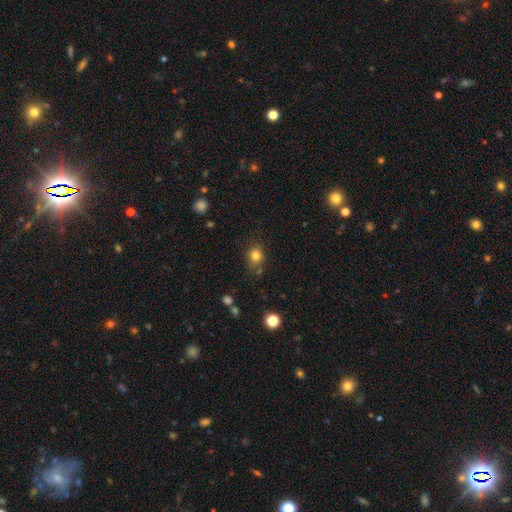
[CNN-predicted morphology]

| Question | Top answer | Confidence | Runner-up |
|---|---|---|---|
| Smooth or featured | smooth | 81% | star or artifact (13%) |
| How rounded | round | 71% | in between (28%) |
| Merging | none | 75% | minor disturbance (15%) |